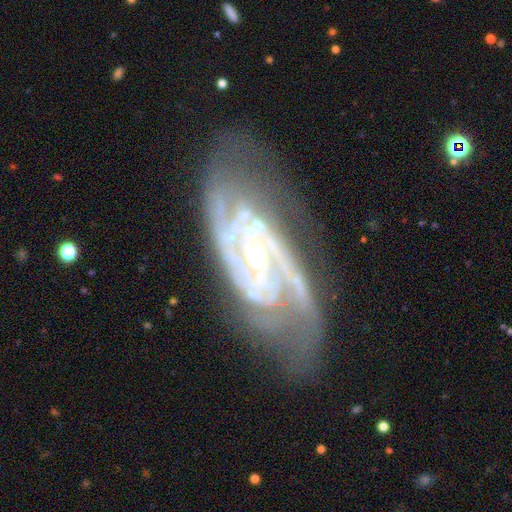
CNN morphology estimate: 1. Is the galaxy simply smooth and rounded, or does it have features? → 91% featured or disk, 5% star or artifact, 4% smooth.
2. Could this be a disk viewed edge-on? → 94% no, 6% yes.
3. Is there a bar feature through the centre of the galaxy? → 44% no, 35% weak, 22% strong.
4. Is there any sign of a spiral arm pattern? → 98% yes, 2% no.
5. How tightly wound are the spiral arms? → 60% tight, 34% medium, 6% loose.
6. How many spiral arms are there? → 46% 2, 23% 3, 14% can't tell, 7% 4, 5% more than 4, 5% 1.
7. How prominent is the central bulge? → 51% moderate, 44% small, 3% large, 1% none, 1% dominant.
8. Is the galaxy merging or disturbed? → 70% none, 19% minor disturbance, 8% major disturbance, 2% merger.